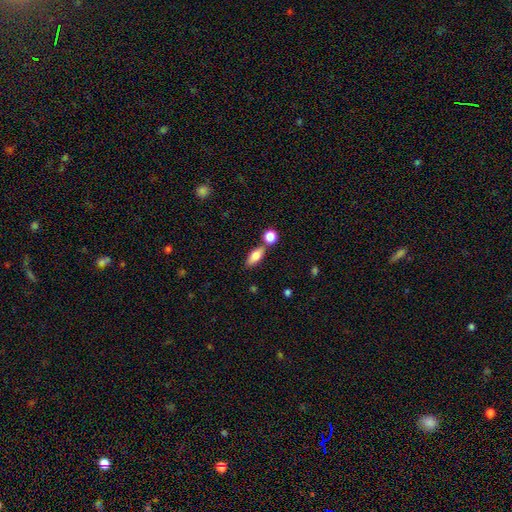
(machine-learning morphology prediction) Smooth or featured?
  - smooth: 82% *
  - featured or disk: 11%
  - star or artifact: 7%
How rounded?
  - in between: 80% *
  - cigar-shaped: 15%
  - round: 5%
Merging?
  - none: 64% *
  - merger: 21%
  - minor disturbance: 11%
  - major disturbance: 3%